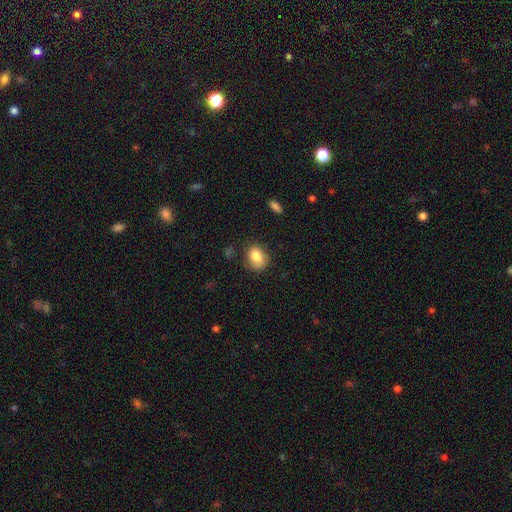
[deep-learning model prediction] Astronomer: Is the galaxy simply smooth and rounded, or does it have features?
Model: smooth — 83%.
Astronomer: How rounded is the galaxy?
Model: in between — 66%.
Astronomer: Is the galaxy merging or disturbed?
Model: none — 68%.